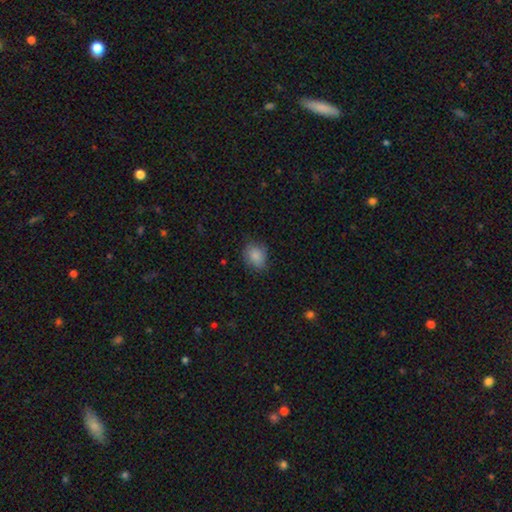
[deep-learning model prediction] This is clearly a smooth galaxy (86%). How rounded: possibly in between (53%). Merging: likely none (74%).